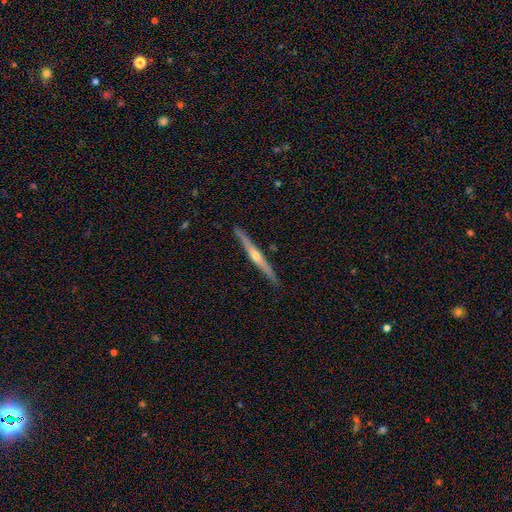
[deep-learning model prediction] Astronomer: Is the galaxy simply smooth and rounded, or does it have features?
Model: featured or disk — 79%.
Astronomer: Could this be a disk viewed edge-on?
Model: yes — 98%.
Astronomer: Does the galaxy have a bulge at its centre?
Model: rounded — 86%.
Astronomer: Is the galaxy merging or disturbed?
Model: none — 91%.